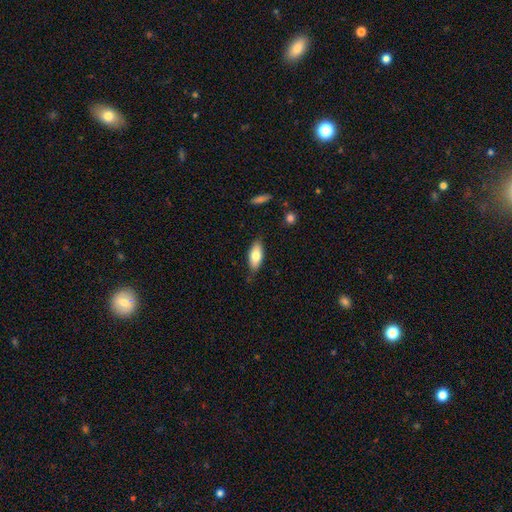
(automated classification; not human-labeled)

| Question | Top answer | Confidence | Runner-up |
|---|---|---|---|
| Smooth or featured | smooth | 75% | featured or disk (19%) |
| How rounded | in between | 82% | cigar-shaped (15%) |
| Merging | none | 79% | minor disturbance (16%) |